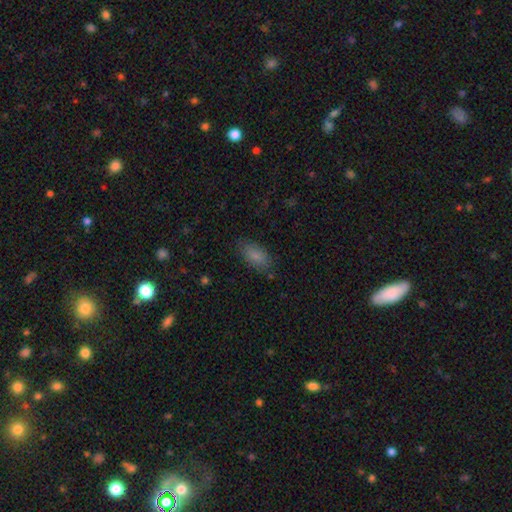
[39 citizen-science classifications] This appears to be a smooth galaxy with no disk features (77%) that is in between round and cigar-shaped (90%). Merging: none (89%).